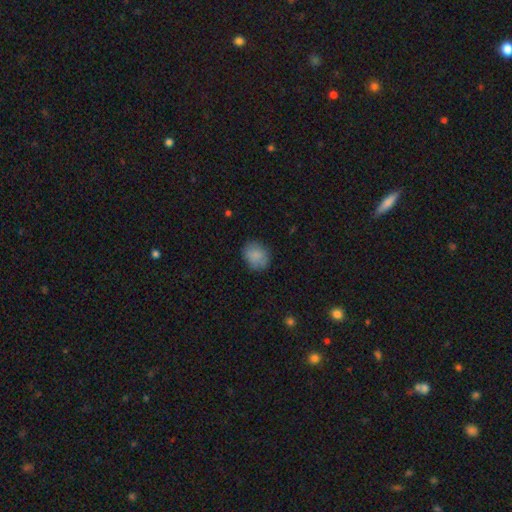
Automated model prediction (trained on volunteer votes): A smooth galaxy with no disk features (85%) that is round (59%). Merging: none (81%).